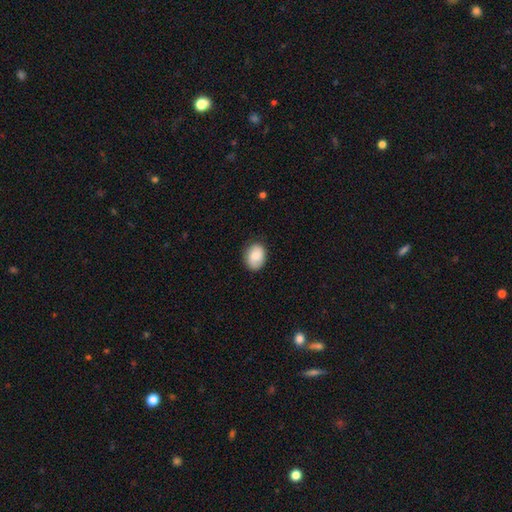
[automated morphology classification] This is clearly a smooth galaxy (85%). How rounded: likely in between (68%). Merging: clearly none (83%).